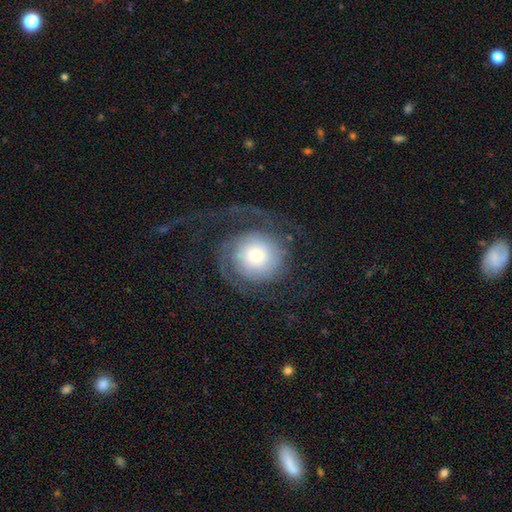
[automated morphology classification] Smooth or featured: featured or disk — 66% (smooth — 26%)
Edge-on disk: no — 97% (yes — 3%)
Bar: no — 79% (weak — 16%)
Spiral arms: yes — 88% (no — 12%)
Spiral winding: tight — 34% (tied with loose — 34%)
Spiral arm count: 2 — 51% (1 — 21%)
Bulge size: small — 40% (moderate — 35%)
Merging: none — 50% (major disturbance — 36%)